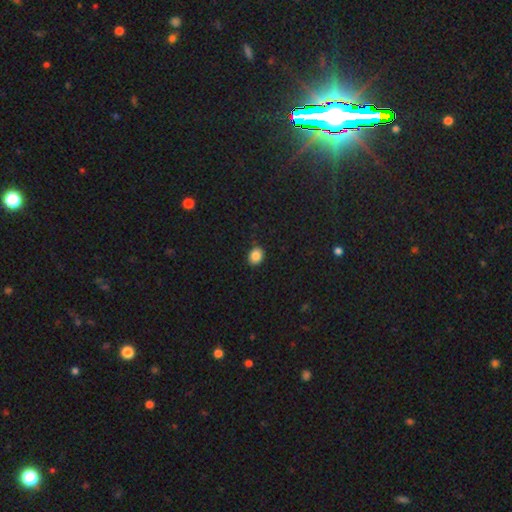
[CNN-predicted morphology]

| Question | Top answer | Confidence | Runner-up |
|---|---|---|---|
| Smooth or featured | smooth | 85% | star or artifact (10%) |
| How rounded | round | 51% | in between (48%) |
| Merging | none | 87% | minor disturbance (10%) |